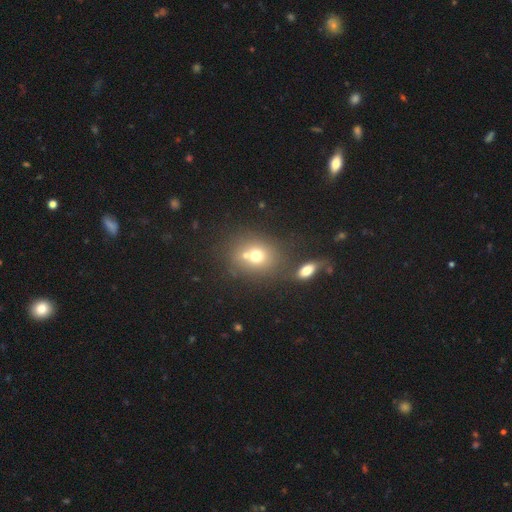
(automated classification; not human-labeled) Smooth or featured: smooth — 68% (featured or disk — 17%)
How rounded: round — 66% (in between — 33%)
Merging: none — 47% (merger — 38%)